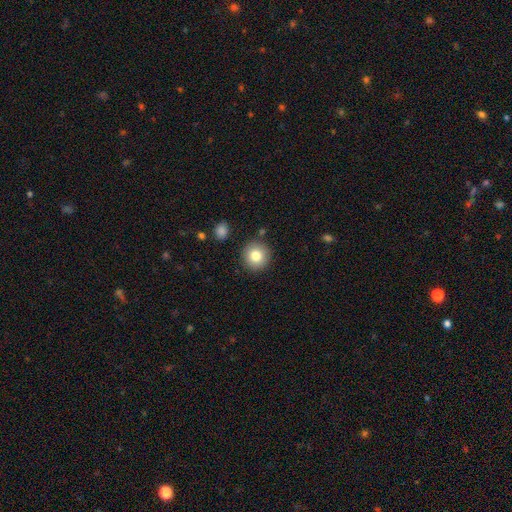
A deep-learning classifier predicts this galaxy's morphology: A smooth galaxy with no disk features (81%) that is round (94%).

Vote fractions:
- Smooth or featured? smooth: 81% / featured or disk: 10% / star or artifact: 9%
- How rounded? round: 94% / in between: 5% / cigar-shaped: 1%
- Merging? none: 89% / minor disturbance: 7% / merger: 2% / major disturbance: 2%